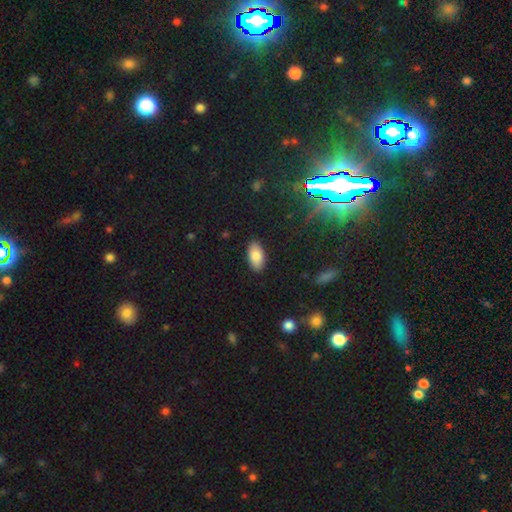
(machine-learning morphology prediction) Smooth or featured?
  - smooth: 85% *
  - star or artifact: 8%
  - featured or disk: 7%
How rounded?
  - in between: 94% *
  - cigar-shaped: 3%
  - round: 3%
Merging?
  - none: 88% *
  - minor disturbance: 9%
  - major disturbance: 2%
  - merger: 1%